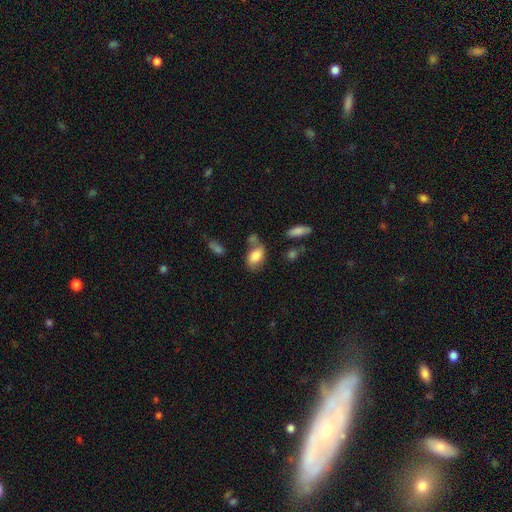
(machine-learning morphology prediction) Q: Smooth or featured?
A: smooth (81%); runner-up: featured or disk (12%)
Q: How rounded?
A: in between (90%); runner-up: round (8%)
Q: Merging?
A: none (54%); runner-up: minor disturbance (21%)